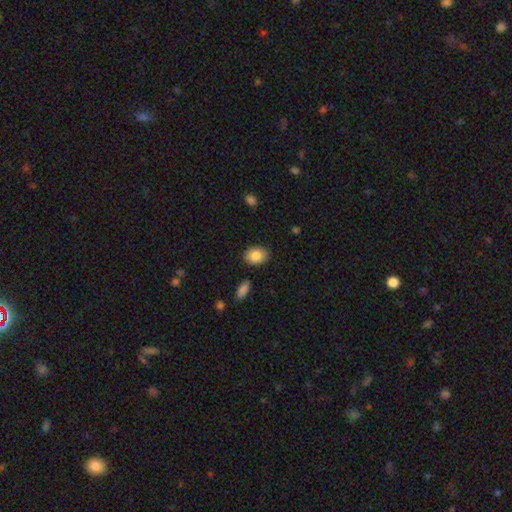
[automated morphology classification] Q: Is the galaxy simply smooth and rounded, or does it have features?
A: smooth — 85%.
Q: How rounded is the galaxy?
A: in between — 77%.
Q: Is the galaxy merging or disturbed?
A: none — 85%.